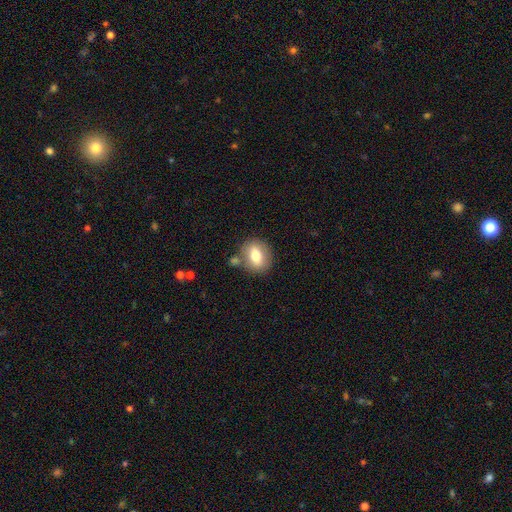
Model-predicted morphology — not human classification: A smooth galaxy with no disk features (72%) that is in between round and cigar-shaped (52%).

Vote fractions:
- Smooth or featured? smooth: 72% / featured or disk: 20% / star or artifact: 8%
- How rounded? in between: 52% / round: 47% / cigar-shaped: 2%
- Merging? none: 73% / minor disturbance: 13% / merger: 10% / major disturbance: 4%